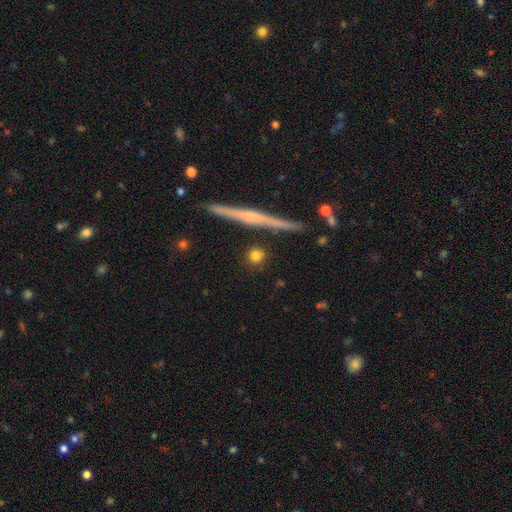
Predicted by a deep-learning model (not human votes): smooth 79%, featured or disk 12%, star or artifact 9%. Down the decision tree: how rounded — round (88%); merging — none (88%).